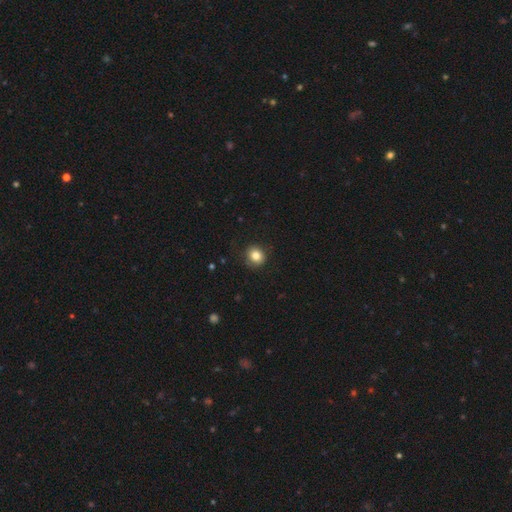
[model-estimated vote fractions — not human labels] smooth_or_featured: smooth (p=0.83) [alt: star or artifact p=0.10]
how_rounded: round (p=0.85) [alt: in between p=0.14]
merging: none (p=0.87) [alt: minor disturbance p=0.10]